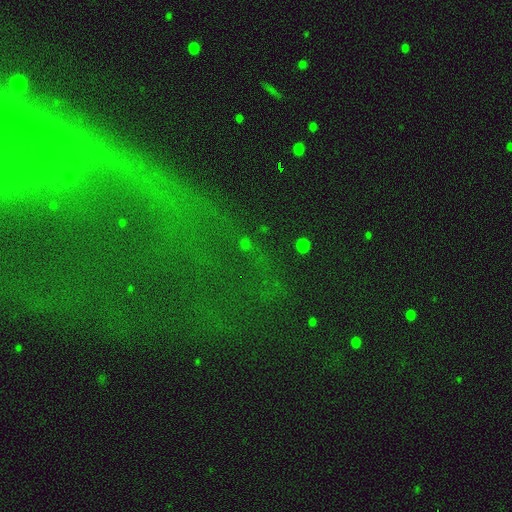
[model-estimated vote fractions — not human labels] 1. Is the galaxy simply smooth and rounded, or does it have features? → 61% star or artifact, 24% featured or disk, 15% smooth.